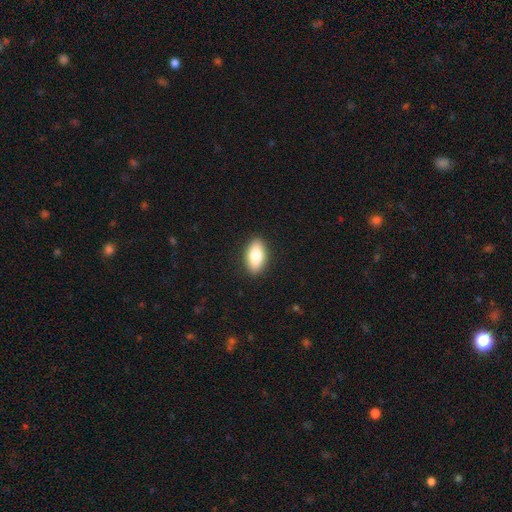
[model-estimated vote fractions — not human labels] The model was most divided on "smooth or featured": smooth: 81%, featured or disk: 12%, star or artifact: 7%. More confident: how rounded — in between (91%); merging — none (90%).